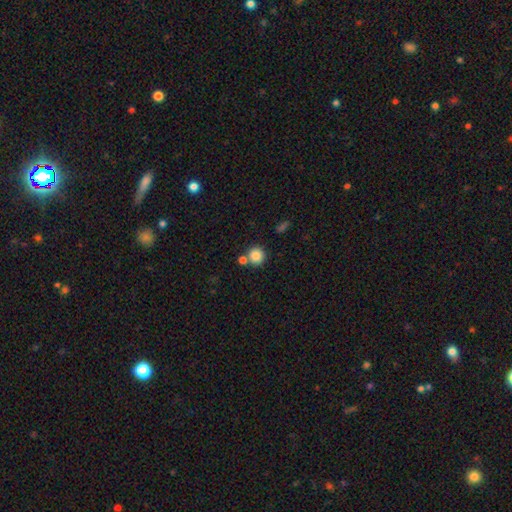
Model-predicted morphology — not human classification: A smooth galaxy with no disk features (85%) that is round (91%).

Vote fractions:
- Smooth or featured? smooth: 85% / star or artifact: 10% / featured or disk: 5%
- How rounded? round: 91% / in between: 8% / cigar-shaped: 1%
- Merging? none: 68% / merger: 20% / minor disturbance: 9% / major disturbance: 3%